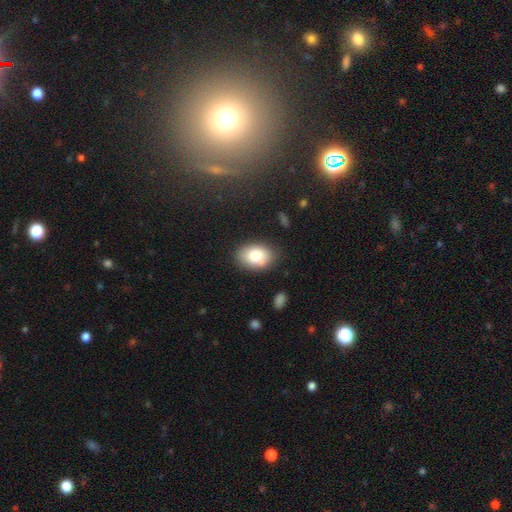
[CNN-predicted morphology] Smooth or featured?
  - smooth: 79% *
  - featured or disk: 13%
  - star or artifact: 8%
How rounded?
  - in between: 81% *
  - round: 18%
  - cigar-shaped: 1%
Merging?
  - none: 81% *
  - minor disturbance: 13%
  - major disturbance: 3%
  - merger: 2%